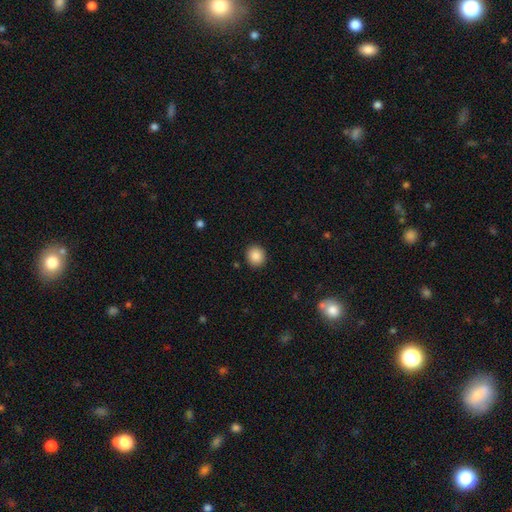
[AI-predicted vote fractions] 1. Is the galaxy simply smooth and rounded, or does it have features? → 88% smooth, 9% star or artifact, 3% featured or disk.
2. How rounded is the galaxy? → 86% round, 13% in between, 1% cigar-shaped.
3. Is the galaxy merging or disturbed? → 91% none, 6% minor disturbance, 2% major disturbance, 1% merger.